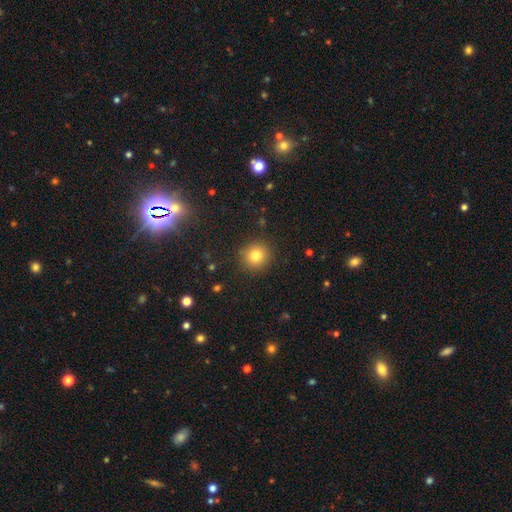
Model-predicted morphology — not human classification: Smooth or featured? smooth (80%)
How rounded? round (92%)
Merging? none (90%)